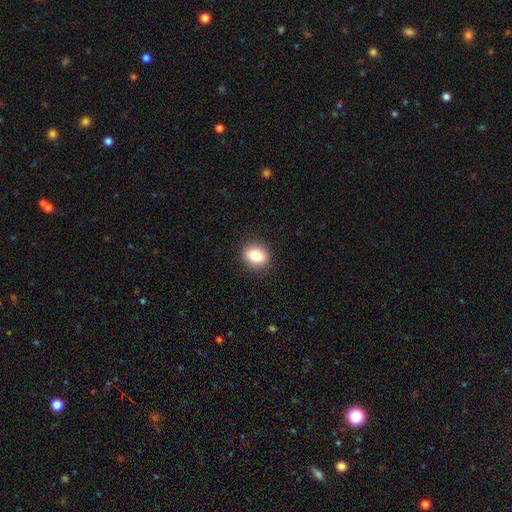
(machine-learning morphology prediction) A smooth galaxy with no disk features (86%) that is in between round and cigar-shaped (53%).

Vote fractions:
- Smooth or featured? smooth: 86% / star or artifact: 9% / featured or disk: 5%
- How rounded? in between: 53% / round: 45% / cigar-shaped: 1%
- Merging? none: 89% / minor disturbance: 8% / major disturbance: 2% / merger: 1%